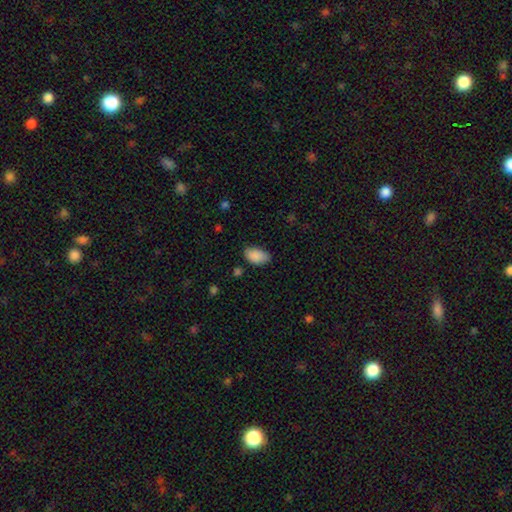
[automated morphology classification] smooth 88%, star or artifact 7%, featured or disk 4%. Down the decision tree: how rounded — in between (93%); merging — none (71%).